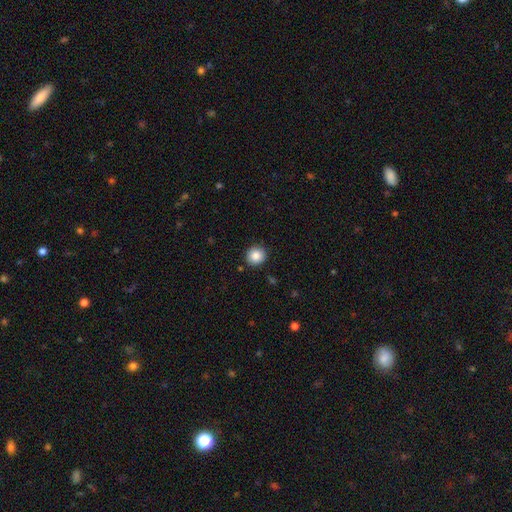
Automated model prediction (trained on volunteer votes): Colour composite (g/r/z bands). It shows a smooth galaxy with no disk features (85%) that is round (91%). Merging: none (90%).